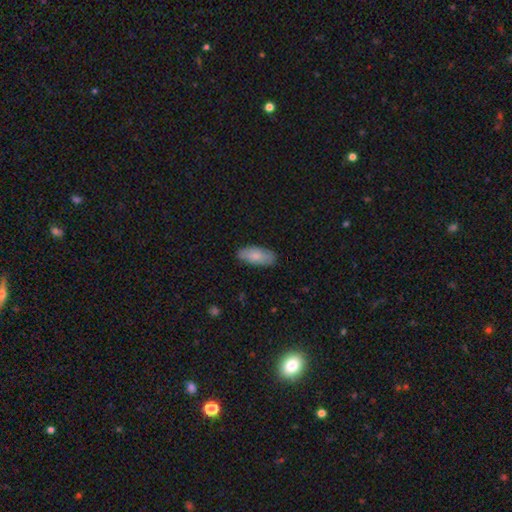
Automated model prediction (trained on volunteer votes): Q: Smooth or featured?
A: smooth (81%); runner-up: featured or disk (14%)
Q: How rounded?
A: in between (84%); runner-up: cigar-shaped (14%)
Q: Merging?
A: none (84%); runner-up: minor disturbance (13%)